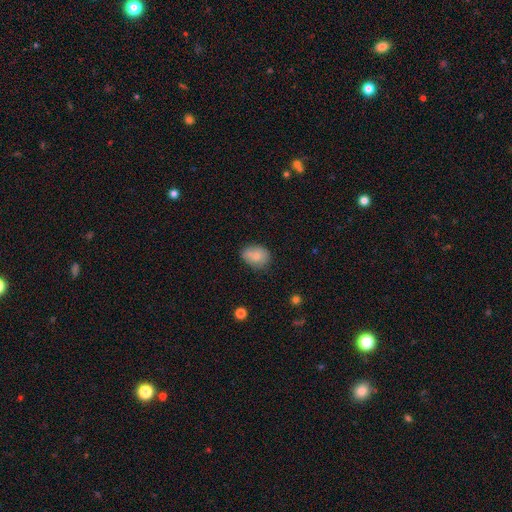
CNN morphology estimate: Smooth or featured: smooth — 79% (featured or disk — 12%)
How rounded: in between — 62% (round — 37%)
Merging: none — 60% (minor disturbance — 25%)